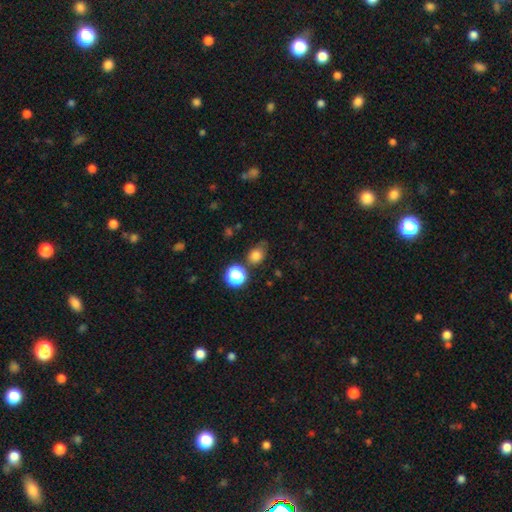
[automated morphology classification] smooth 78%, star or artifact 15%, featured or disk 6%. Down the decision tree: how rounded — round (60%); merging — none (62%).